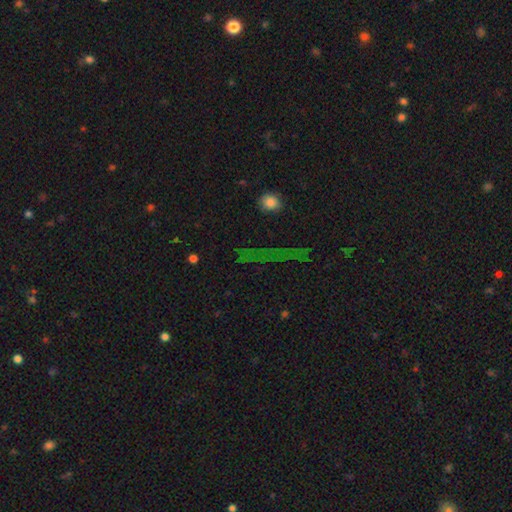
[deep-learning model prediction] Morphology: type=star or artifact (65%).